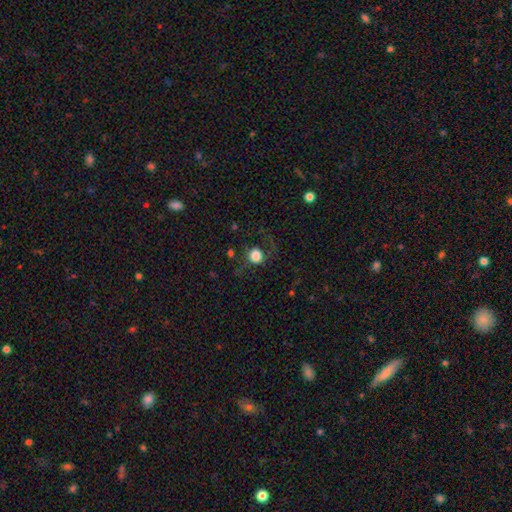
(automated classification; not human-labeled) Smooth or featured?
  - smooth: 70% *
  - featured or disk: 20%
  - star or artifact: 10%
How rounded?
  - round: 82% *
  - in between: 17%
  - cigar-shaped: 1%
Merging?
  - none: 62% *
  - major disturbance: 19%
  - minor disturbance: 17%
  - merger: 2%